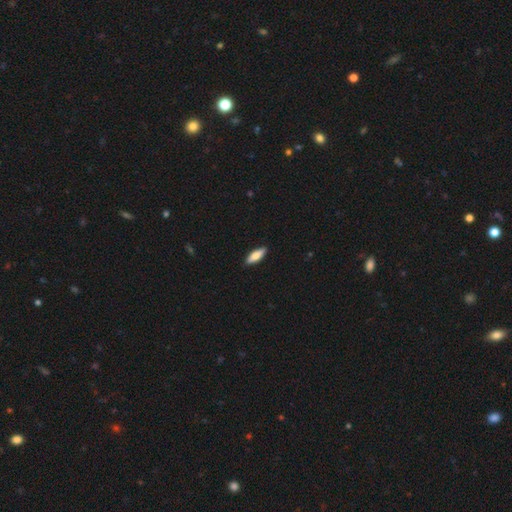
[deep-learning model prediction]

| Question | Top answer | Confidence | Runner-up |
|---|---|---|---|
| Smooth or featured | smooth | 77% | featured or disk (18%) |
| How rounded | in between | 57% | cigar-shaped (41%) |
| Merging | none | 90% | minor disturbance (8%) |